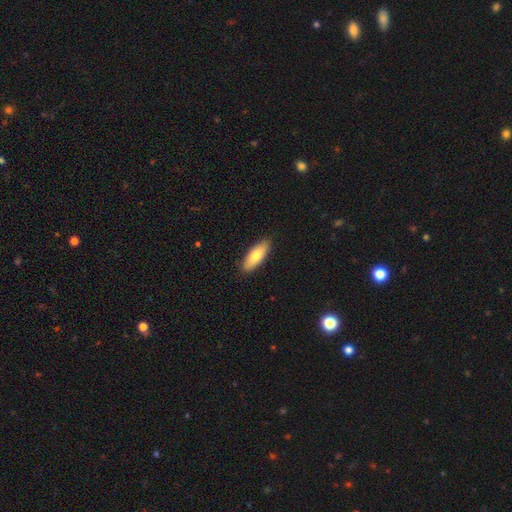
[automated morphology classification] The model was most divided on "how rounded": in between: 68%, cigar-shaped: 30%, round: 2%. More confident: merging — none (88%); smooth or featured — smooth (75%).